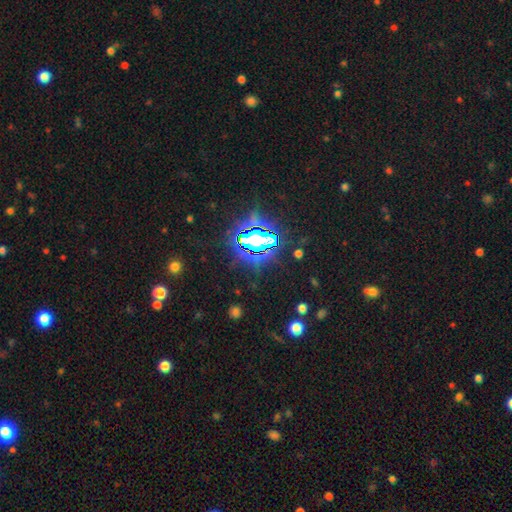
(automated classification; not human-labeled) A star or artifact, not a galaxy (85%).

Vote fractions:
- Smooth or featured? star or artifact: 85% / smooth: 9% / featured or disk: 6%